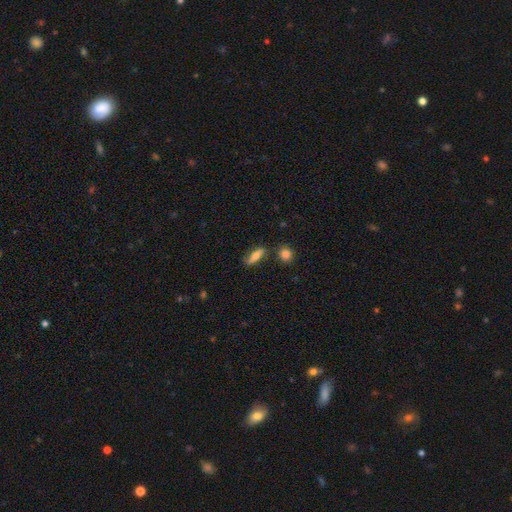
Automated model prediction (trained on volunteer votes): Smooth or featured: smooth — 65% (featured or disk — 27%)
How rounded: cigar-shaped — 49% (in between — 46%)
Merging: none — 72% (minor disturbance — 18%)